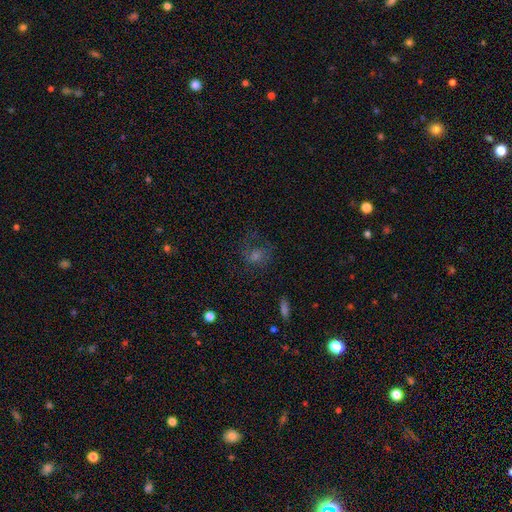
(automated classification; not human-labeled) Smooth or featured? smooth (52%)
How rounded? round (65%)
Merging? none (53%)